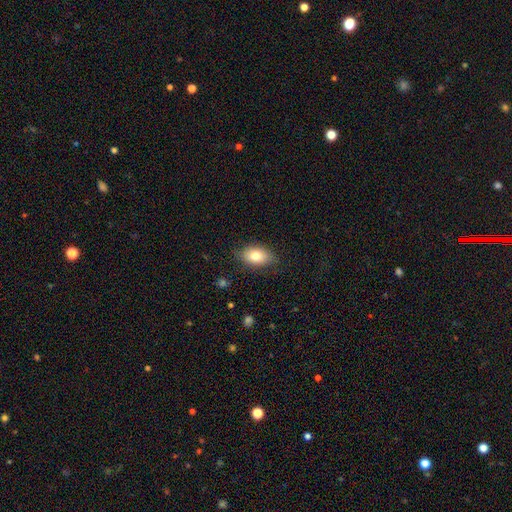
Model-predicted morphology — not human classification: smooth_or_featured: smooth (p=0.80) [alt: featured or disk p=0.13]
how_rounded: in between (p=0.88) [alt: round p=0.11]
merging: none (p=0.80) [alt: minor disturbance p=0.16]